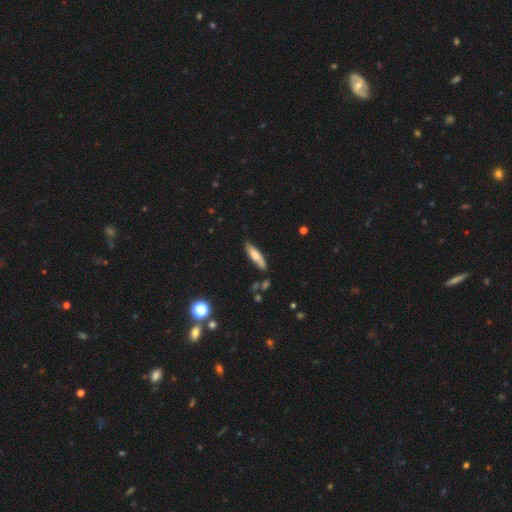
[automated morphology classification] Smooth or featured? Predicted: smooth (p=0.61). How rounded? Predicted: cigar-shaped (p=0.66). Merging? Predicted: none (p=0.76).